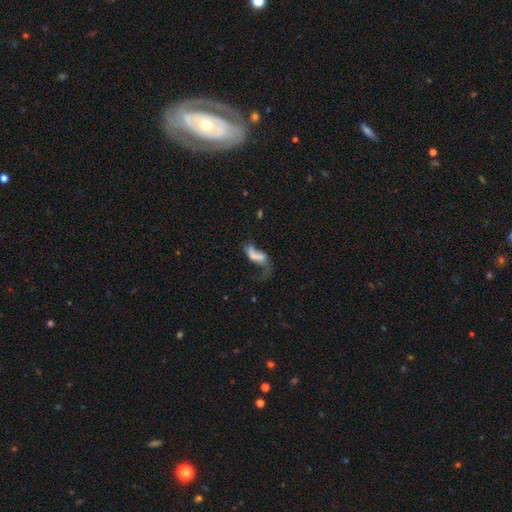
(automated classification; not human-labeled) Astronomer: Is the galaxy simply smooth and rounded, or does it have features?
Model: featured or disk — 52% (runner-up: smooth, 36%).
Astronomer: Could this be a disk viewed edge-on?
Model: no — 93%.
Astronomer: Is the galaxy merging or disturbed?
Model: major disturbance — 44% (runner-up: none, 23%).